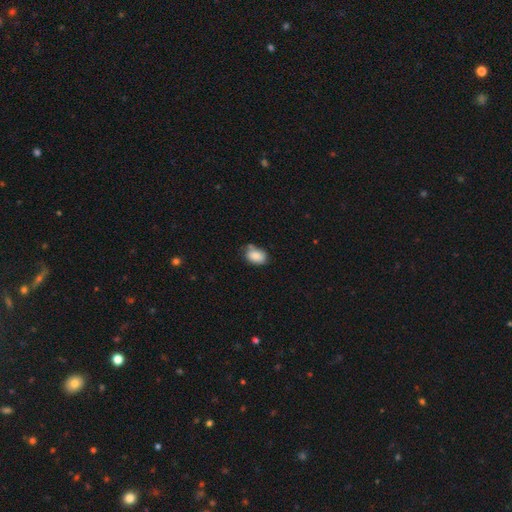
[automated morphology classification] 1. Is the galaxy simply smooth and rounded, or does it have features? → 86% smooth, 8% star or artifact, 6% featured or disk.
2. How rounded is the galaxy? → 85% in between, 14% round, 1% cigar-shaped.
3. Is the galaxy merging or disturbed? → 59% none, 27% minor disturbance, 8% merger, 6% major disturbance.